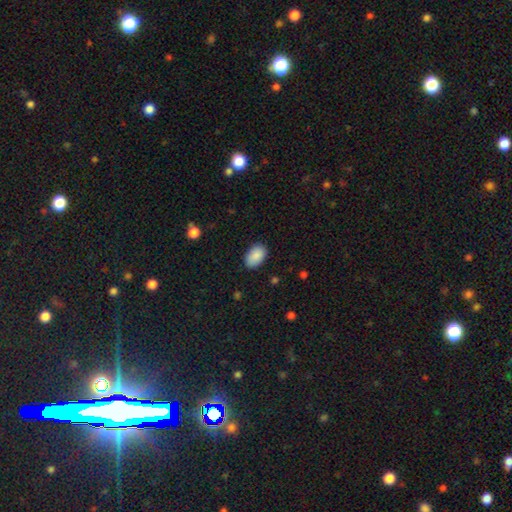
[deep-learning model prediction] smooth 89%, star or artifact 7%, featured or disk 5%. Down the decision tree: how rounded — in between (91%); merging — none (86%).